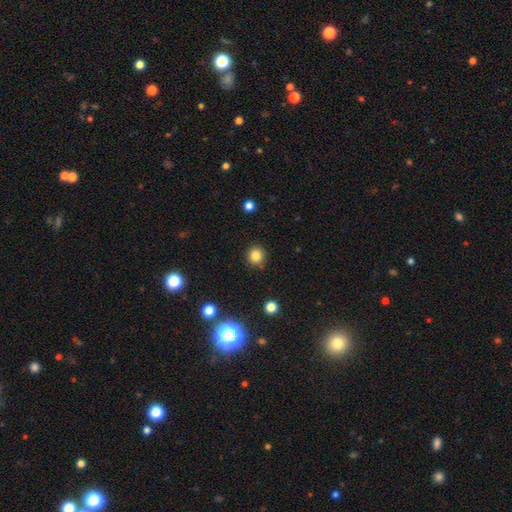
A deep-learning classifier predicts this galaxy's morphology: Q: Smooth or featured?
A: smooth (82%); runner-up: star or artifact (13%)
Q: How rounded?
A: round (93%); runner-up: in between (6%)
Q: Merging?
A: none (89%); runner-up: minor disturbance (7%)